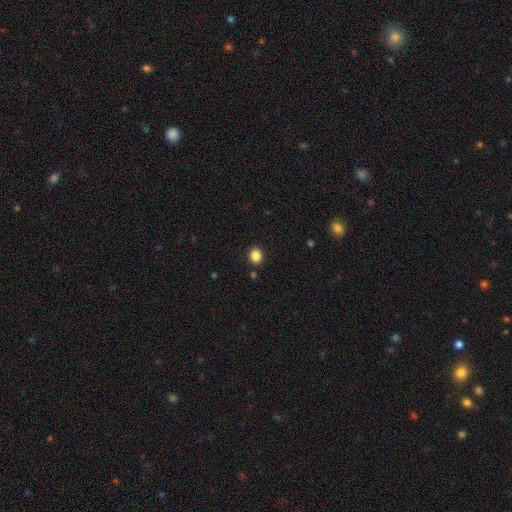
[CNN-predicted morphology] Smooth or featured? Predicted: smooth (p=0.86). How rounded? Predicted: round (p=0.67). Merging? Predicted: none (p=0.89).